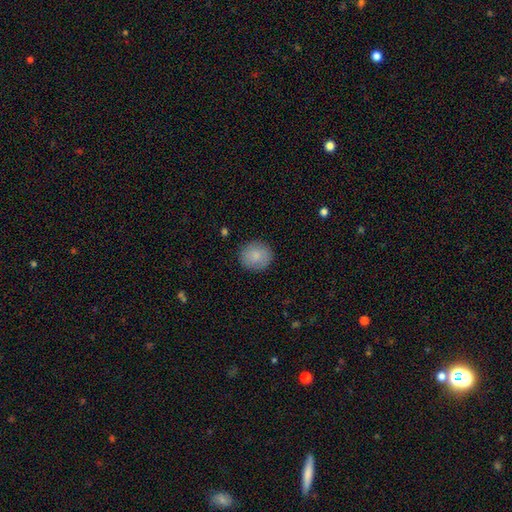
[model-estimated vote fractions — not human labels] A smooth galaxy with no disk features (85%) that is round (85%). Merging: none (88%).